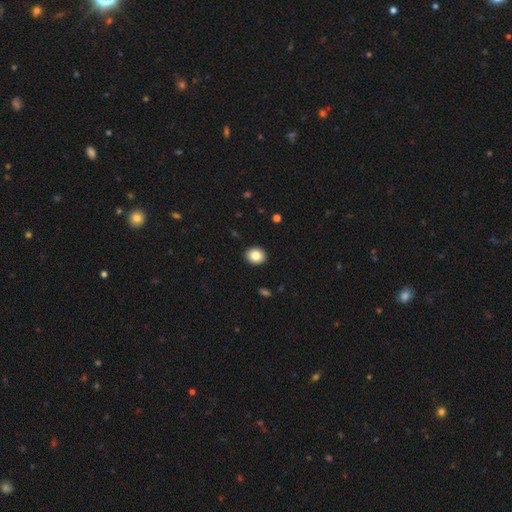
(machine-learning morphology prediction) Smooth or featured? Predicted: smooth (p=0.85). How rounded? Predicted: round (p=0.60). Merging? Predicted: none (p=0.92).